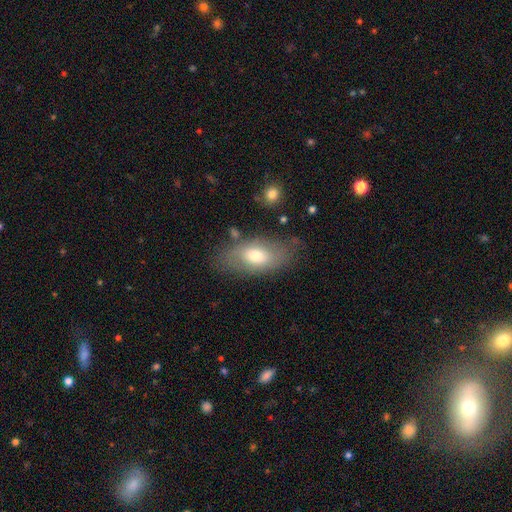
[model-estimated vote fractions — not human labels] A smooth galaxy with no disk features (67%) that is in between round and cigar-shaped (91%).

Vote fractions:
- Smooth or featured? smooth: 67% / featured or disk: 26% / star or artifact: 7%
- How rounded? in between: 91% / cigar-shaped: 5% / round: 5%
- Merging? none: 73% / minor disturbance: 17% / major disturbance: 6% / merger: 3%